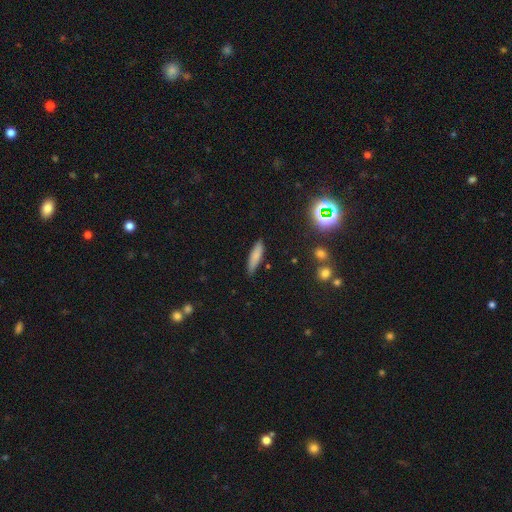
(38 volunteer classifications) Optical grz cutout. It shows a smooth galaxy with no disk features (71%) that is cigar-shaped (59%). Merging: none (85%).